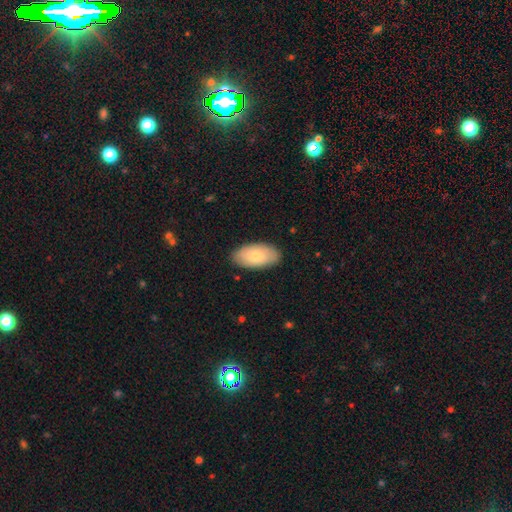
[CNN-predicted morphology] A smooth galaxy with no disk features (77%) that is in between round and cigar-shaped (95%). Merging: none (87%).